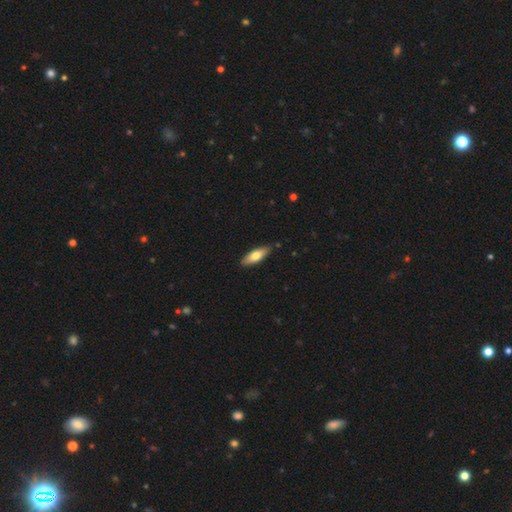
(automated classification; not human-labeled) Q: Smooth or featured?
A: smooth (69%); runner-up: featured or disk (26%)
Q: How rounded?
A: in between (56%); runner-up: cigar-shaped (42%)
Q: Merging?
A: none (87%); runner-up: minor disturbance (10%)